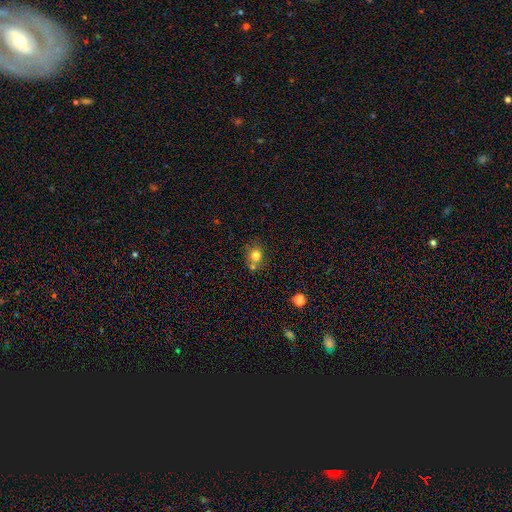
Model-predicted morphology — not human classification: smooth-or-featured: smooth: 77% | star or artifact: 13% | featured or disk: 10%
  how-rounded: round: 76% | in between: 23% | cigar-shaped: 1%
  merging: none: 59% | merger: 24% | minor disturbance: 13% | major disturbance: 4%